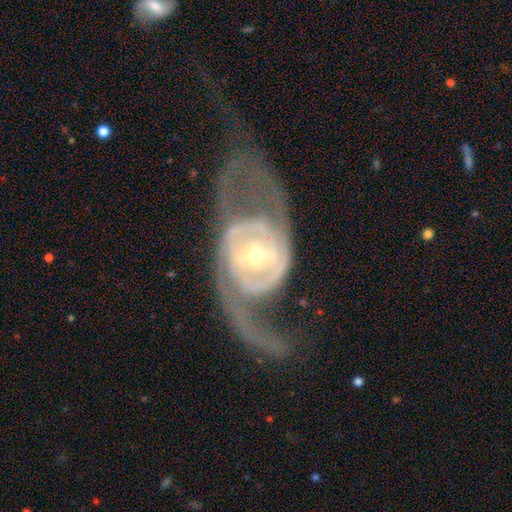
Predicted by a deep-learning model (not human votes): Morphology: type=featured or disk (90%); edge-on=no (95%); bar=weak (36%); spiral arms=yes (93%); winding=medium (45%); arm count=2 (86%); bulge=small (63%); merging=none (55%).